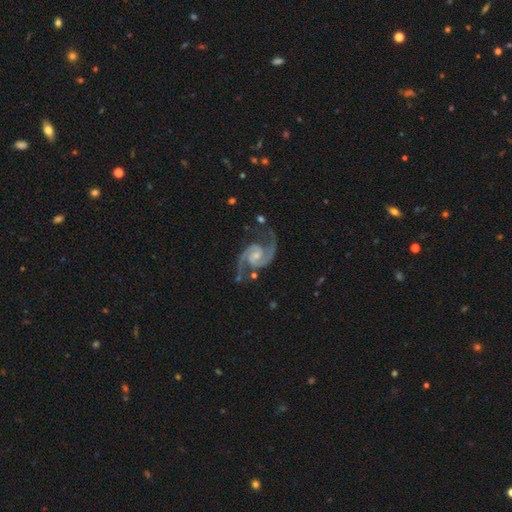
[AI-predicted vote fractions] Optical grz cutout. It shows a featured or disk galaxy (94%) with no bar (49%), 2 (94%) medium (62%) spiral arms (99%) and a small central bulge (55%). Merging: none (71%).